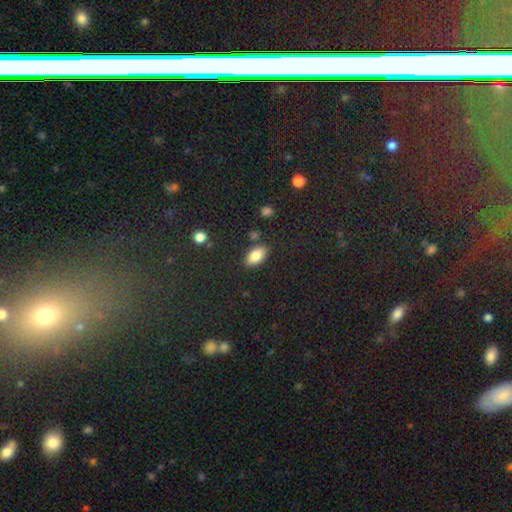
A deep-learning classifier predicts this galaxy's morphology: A smooth galaxy with no disk features (84%) that is in between round and cigar-shaped (92%).

Vote fractions:
- Smooth or featured? smooth: 84% / featured or disk: 8% / star or artifact: 8%
- How rounded? in between: 92% / round: 5% / cigar-shaped: 3%
- Merging? none: 84% / minor disturbance: 10% / merger: 3% / major disturbance: 3%